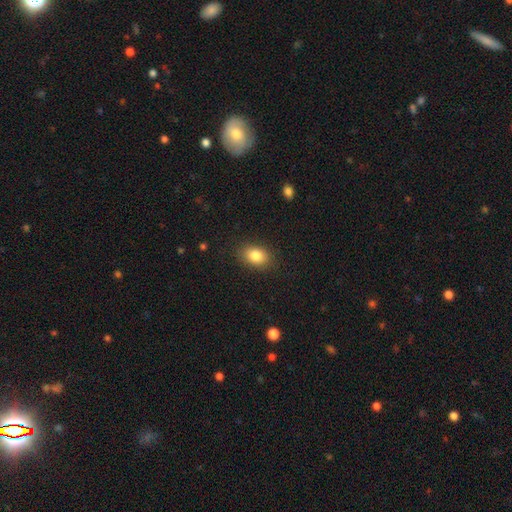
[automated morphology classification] Smooth or featured? Predicted: smooth (p=0.84). How rounded? Predicted: in between (p=0.76). Merging? Predicted: none (p=0.86).